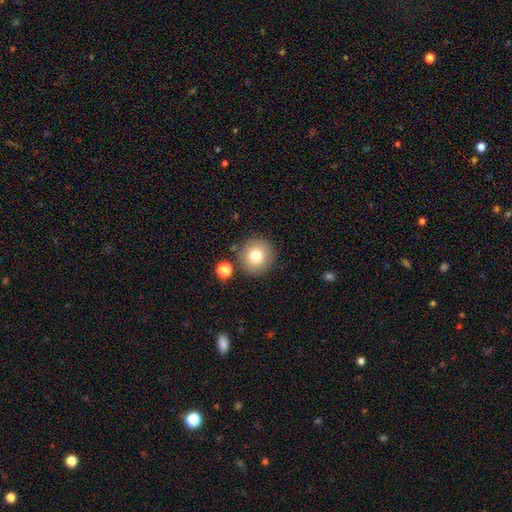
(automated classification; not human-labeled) Overall: smooth (77%). How rounded: round (95%). Merging: none (84%).